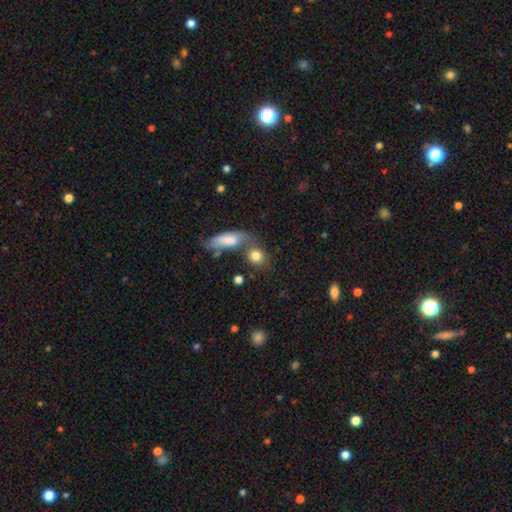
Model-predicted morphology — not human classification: A smooth galaxy with no disk features (80%) that is round (57%). Merging: none (46%).